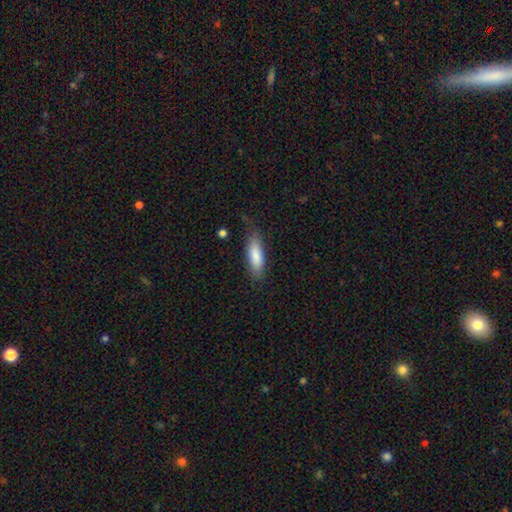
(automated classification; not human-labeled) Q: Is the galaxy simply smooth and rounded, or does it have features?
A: smooth — 83%.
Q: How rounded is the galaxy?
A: in between — 59%.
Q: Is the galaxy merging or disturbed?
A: none — 76%.